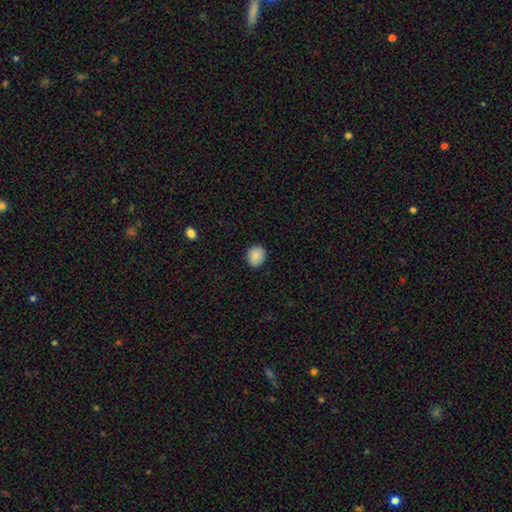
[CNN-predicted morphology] smooth_or_featured: smooth (p=0.87) [alt: star or artifact p=0.08]
how_rounded: round (p=0.76) [alt: in between p=0.24]
merging: none (p=0.89) [alt: minor disturbance p=0.08]